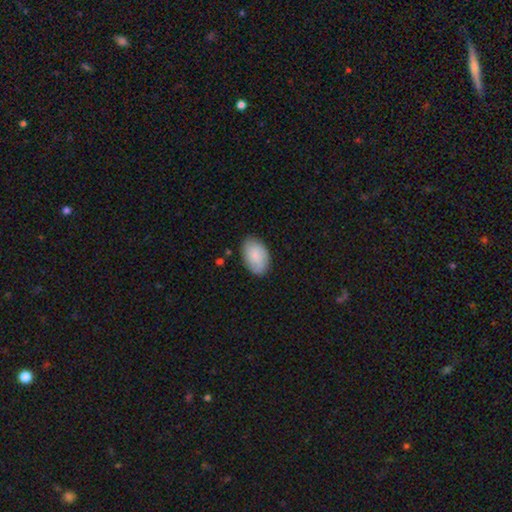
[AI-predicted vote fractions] Morphology: type=smooth (77%); roundness=in between (91%); merging=none (82%).